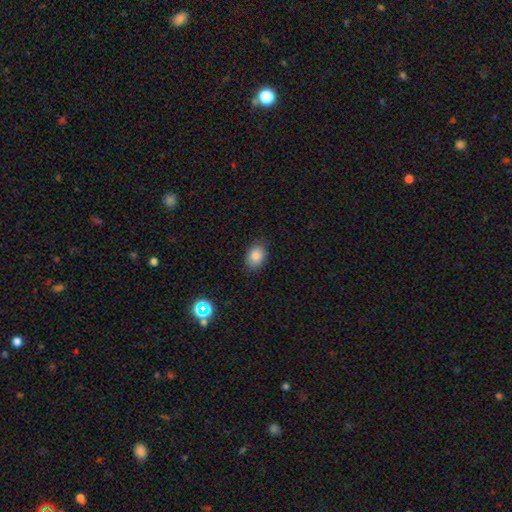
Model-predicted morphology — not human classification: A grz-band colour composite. It shows a smooth galaxy with no disk features (83%) that is in between round and cigar-shaped (73%). Merging: none (84%).